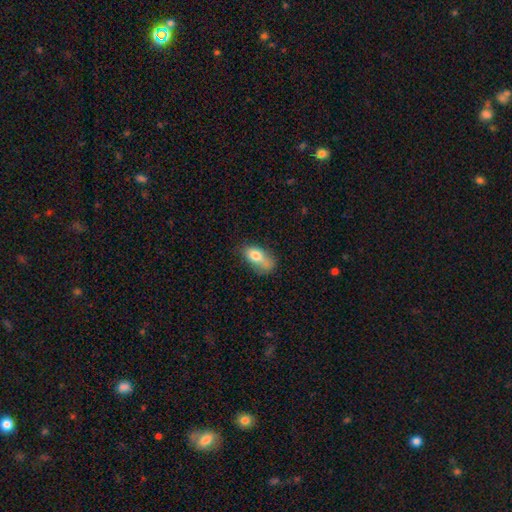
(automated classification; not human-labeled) smooth-or-featured: smooth: 76% | featured or disk: 16% | star or artifact: 8%
  how-rounded: in between: 88% | round: 7% | cigar-shaped: 5%
  merging: none: 39% | minor disturbance: 33% | major disturbance: 18% | merger: 11%